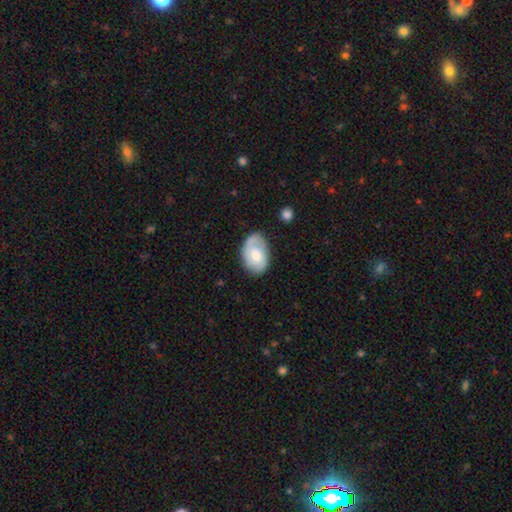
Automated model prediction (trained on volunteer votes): Overall: featured or disk (49%; smooth 45%). Merging: none (72%).